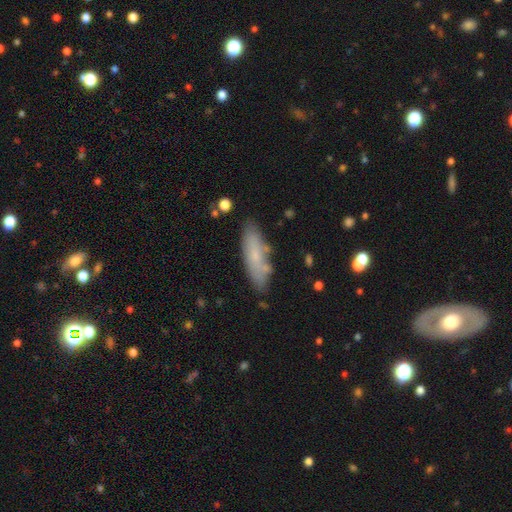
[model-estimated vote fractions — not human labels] Smooth or featured? Predicted: smooth (p=0.68). How rounded? Predicted: cigar-shaped (p=0.53). Merging? Predicted: none (p=0.77).